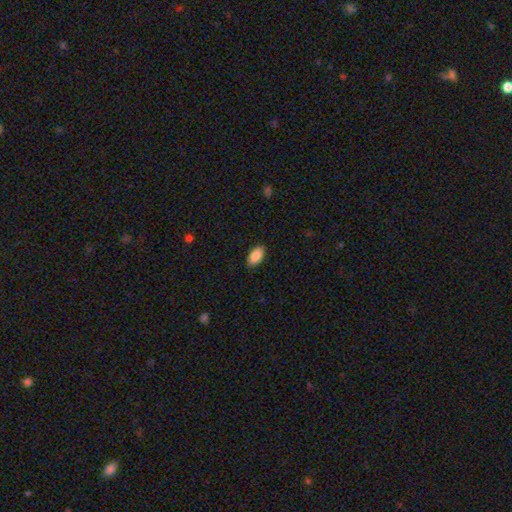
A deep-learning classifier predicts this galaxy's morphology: Overall: smooth (88%). How rounded: in between (94%). Merging: none (88%).